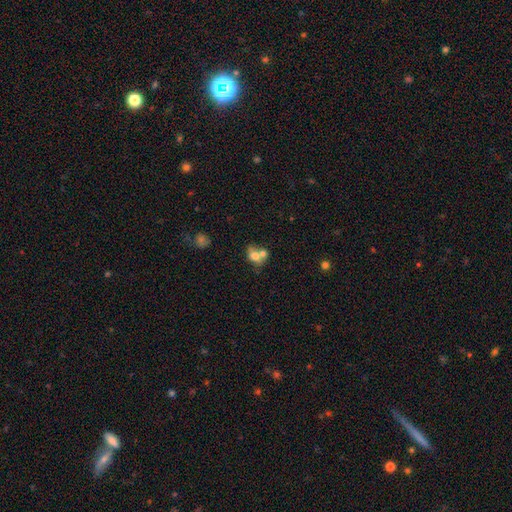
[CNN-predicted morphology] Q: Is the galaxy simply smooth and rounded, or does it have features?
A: smooth — 67%.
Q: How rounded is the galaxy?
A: in between — 58%.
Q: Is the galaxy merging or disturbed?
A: merger — 55%.